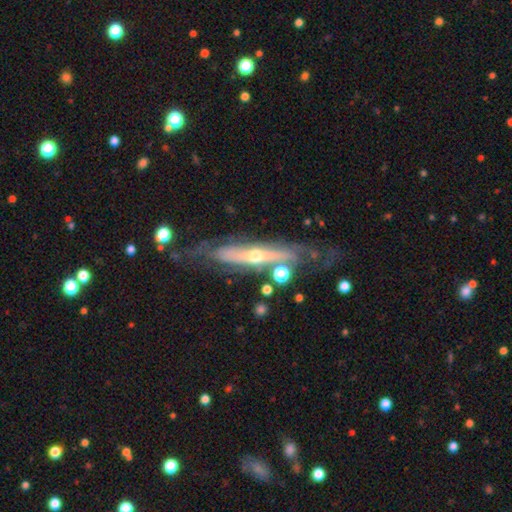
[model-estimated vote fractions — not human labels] Morphology: type=featured or disk (78%); edge-on=yes (70%); edge-on bulge=rounded (77%); merging=none (64%).